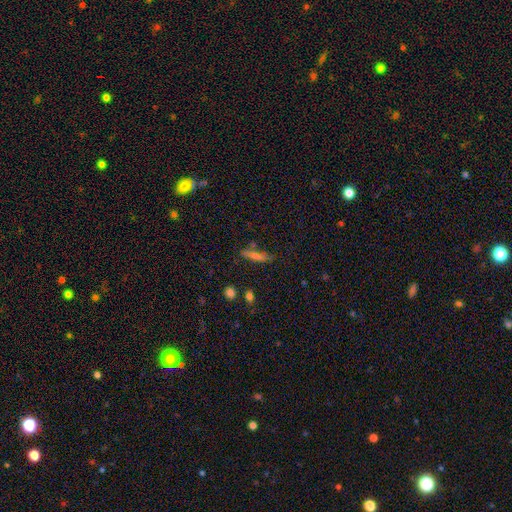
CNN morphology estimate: A smooth galaxy with no disk features (70%) that is cigar-shaped (79%).

Vote fractions:
- Smooth or featured? smooth: 70% / featured or disk: 21% / star or artifact: 10%
- How rounded? cigar-shaped: 79% / in between: 19% / round: 3%
- Merging? none: 68% / minor disturbance: 19% / merger: 7% / major disturbance: 6%